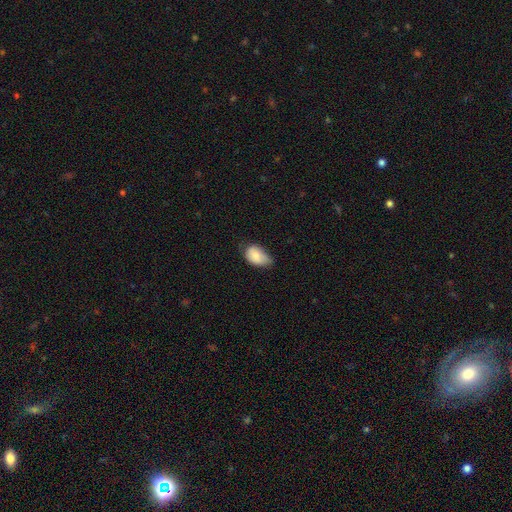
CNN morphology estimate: type=smooth (80%); roundness=in between (88%); merging=minor disturbance (49%).